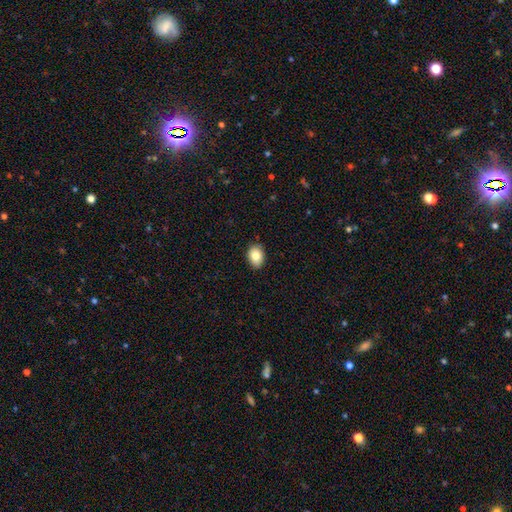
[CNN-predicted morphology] Overall: smooth (83%). How rounded: in between (75%). Merging: none (86%).